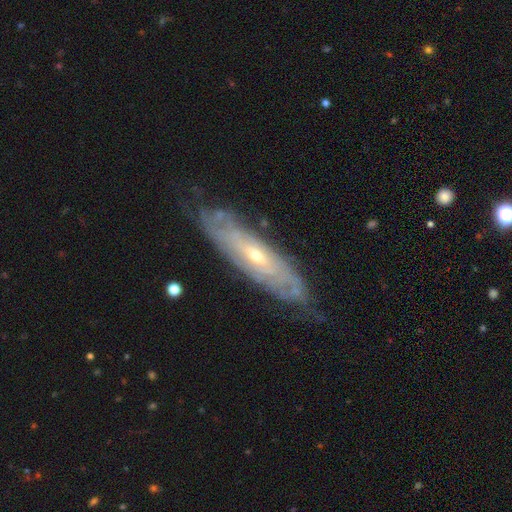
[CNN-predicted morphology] smooth_or_featured: featured or disk (p=0.80) [alt: smooth p=0.13]
disk_edge_on: no (p=0.71) [alt: yes p=0.29]
bar: no (p=0.65) [alt: weak p=0.27]
has_spiral_arms: yes (p=0.86) [alt: no p=0.14]
bulge_size: small (p=0.61) [alt: moderate p=0.36]
merging: none (p=0.77) [alt: minor disturbance p=0.17]